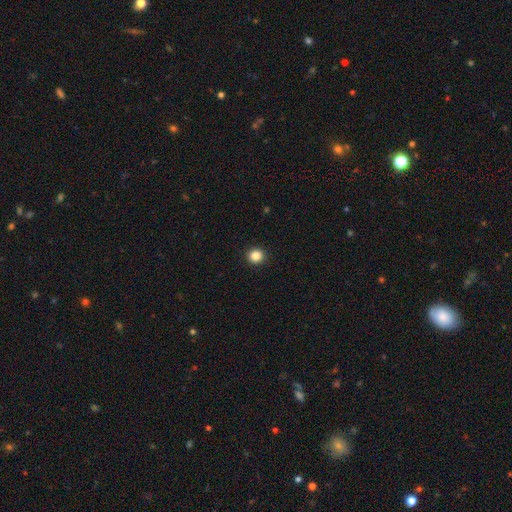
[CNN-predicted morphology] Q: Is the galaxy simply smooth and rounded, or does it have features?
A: smooth — 85%.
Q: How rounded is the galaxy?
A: round — 91%.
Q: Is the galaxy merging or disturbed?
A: none — 94%.